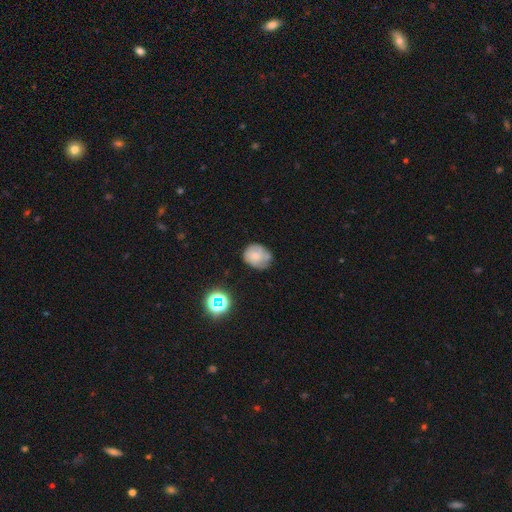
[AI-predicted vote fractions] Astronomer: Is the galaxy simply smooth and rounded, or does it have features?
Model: smooth — 65%.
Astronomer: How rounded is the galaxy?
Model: round — 62%.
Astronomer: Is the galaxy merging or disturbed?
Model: none — 51% (runner-up: minor disturbance, 33%).